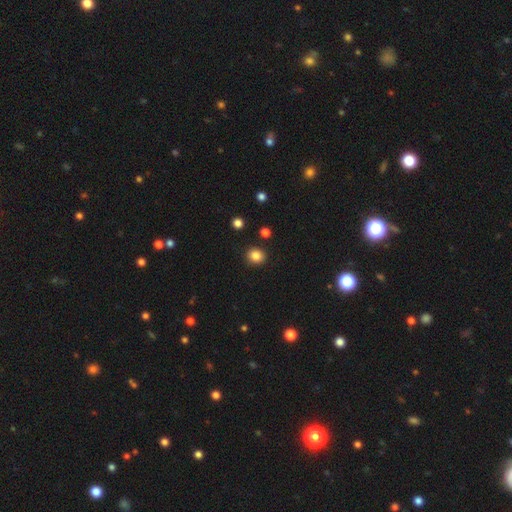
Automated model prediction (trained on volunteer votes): Smooth or featured: smooth — 85% (star or artifact — 11%)
How rounded: round — 75% (in between — 24%)
Merging: none — 89% (minor disturbance — 6%)